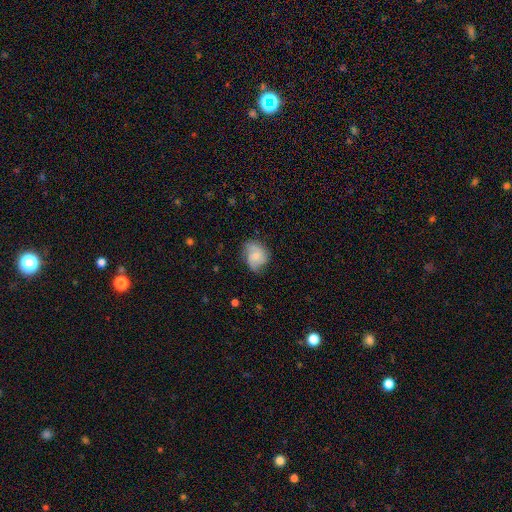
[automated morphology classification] A featured or disk galaxy (50%).

Vote fractions:
- Smooth or featured? featured or disk: 50% / smooth: 42% / star or artifact: 7%
- Edge-on disk? no: 97% / yes: 3%
- Merging? none: 61% / minor disturbance: 29% / major disturbance: 8% / merger: 1%